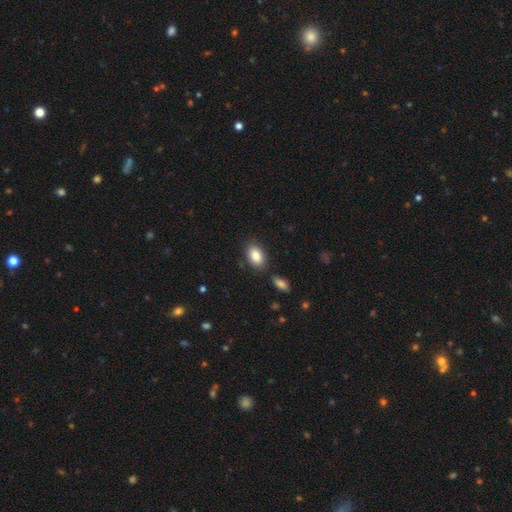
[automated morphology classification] smooth_or_featured: smooth (p=0.87) [alt: star or artifact p=0.07]
how_rounded: in between (p=0.91) [alt: round p=0.08]
merging: none (p=0.81) [alt: minor disturbance p=0.11]